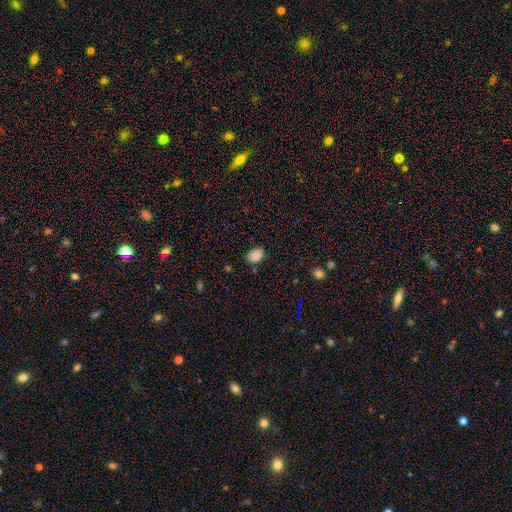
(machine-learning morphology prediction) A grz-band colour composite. It shows a smooth galaxy with no disk features (86%) that is in between round and cigar-shaped (74%). Merging: none (78%).